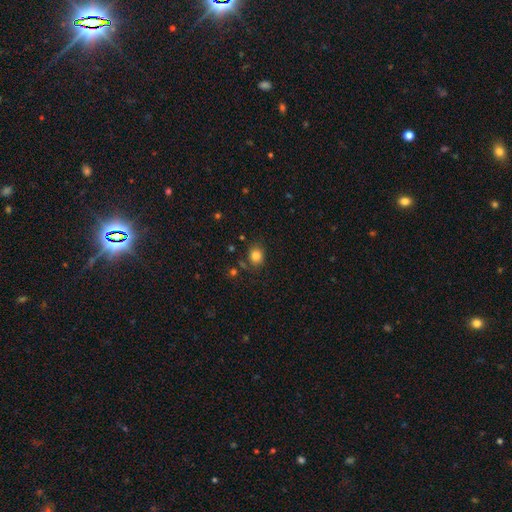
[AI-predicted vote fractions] Morphology: type=smooth (82%); roundness=round (69%); merging=none (79%).